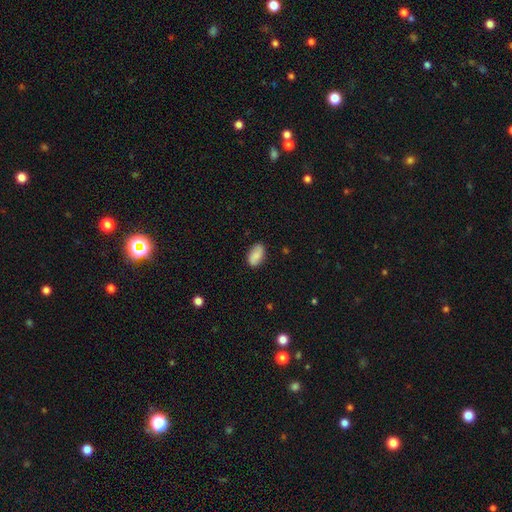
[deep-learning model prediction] smooth 85%, featured or disk 8%, star or artifact 7%. Down the decision tree: how rounded — in between (93%); merging — none (84%).